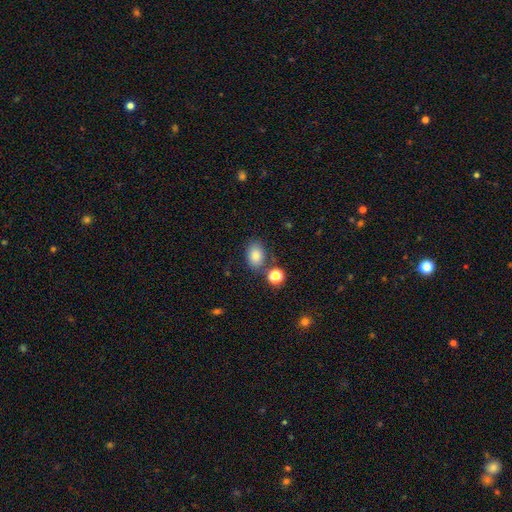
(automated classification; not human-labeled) A smooth galaxy with no disk features (82%) that is in between round and cigar-shaped (76%).

Vote fractions:
- Smooth or featured? smooth: 82% / star or artifact: 10% / featured or disk: 8%
- How rounded? in between: 76% / round: 23% / cigar-shaped: 1%
- Merging? none: 71% / minor disturbance: 14% / merger: 11% / major disturbance: 4%